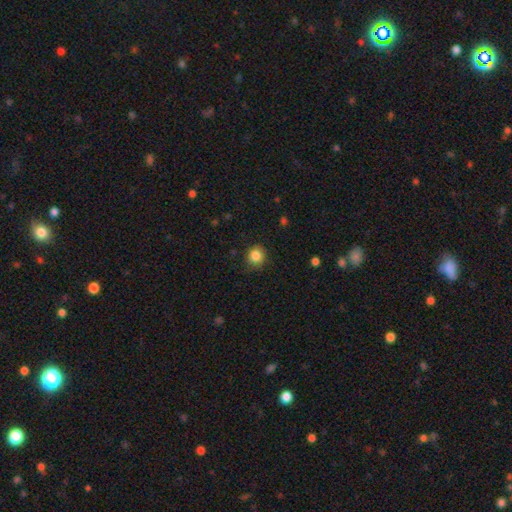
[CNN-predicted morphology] Smooth or featured? Predicted: smooth (p=0.85). How rounded? Predicted: round (p=0.86). Merging? Predicted: none (p=0.81).